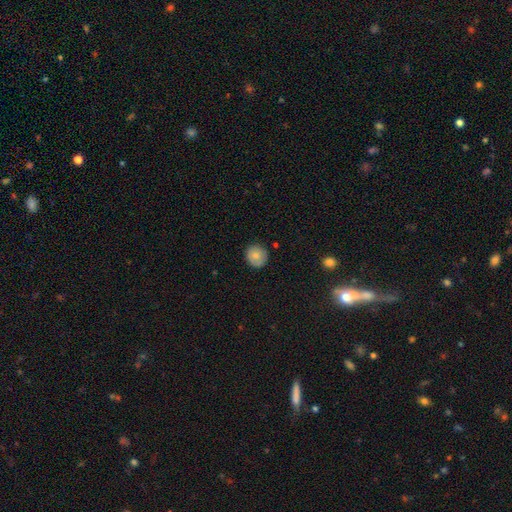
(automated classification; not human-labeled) This is likely a smooth galaxy (77%). How rounded: clearly round (93%). Merging: clearly none (86%).